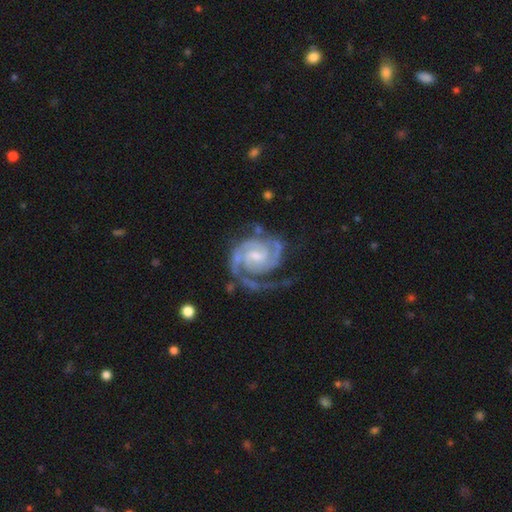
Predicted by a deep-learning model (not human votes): Morphology: type=featured or disk (93%); edge-on=no (98%); bar=weak (47%); spiral arms=yes (99%); winding=tight (62%); arm count=2 (70%); bulge=small (56%); merging=none (62%).